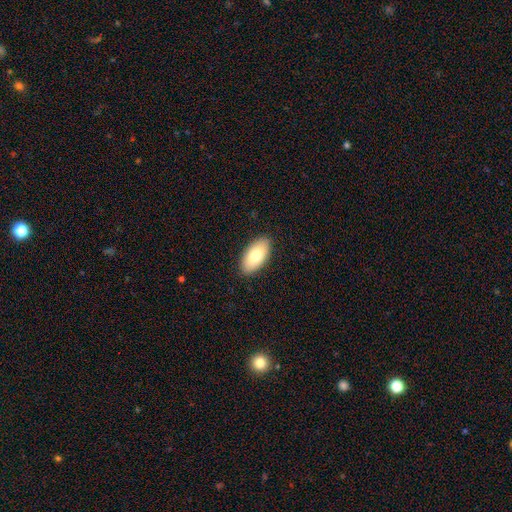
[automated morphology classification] Overall: smooth (78%). How rounded: in between (95%). Merging: none (89%).